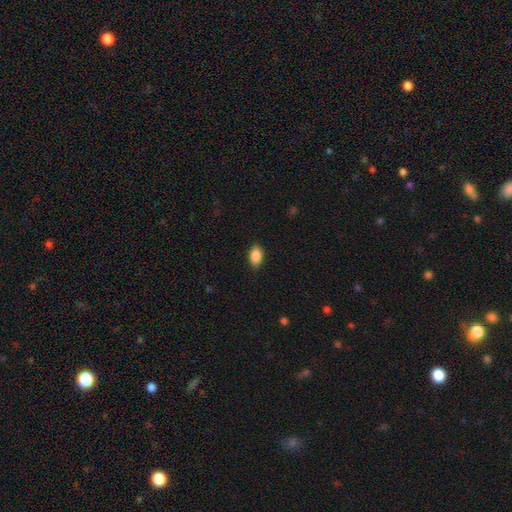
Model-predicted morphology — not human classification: smooth_or_featured: smooth (p=0.88) [alt: star or artifact p=0.07]
how_rounded: in between (p=0.91) [alt: round p=0.07]
merging: none (p=0.87) [alt: minor disturbance p=0.10]